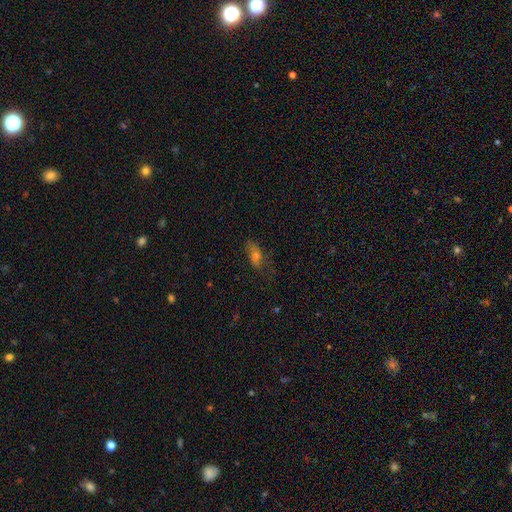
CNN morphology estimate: Smooth or featured?
  - smooth: 51% *
  - featured or disk: 33%
  - star or artifact: 16%
How rounded?
  - in between: 76% *
  - cigar-shaped: 15%
  - round: 9%
Merging?
  - none: 59% *
  - minor disturbance: 26%
  - major disturbance: 13%
  - merger: 2%